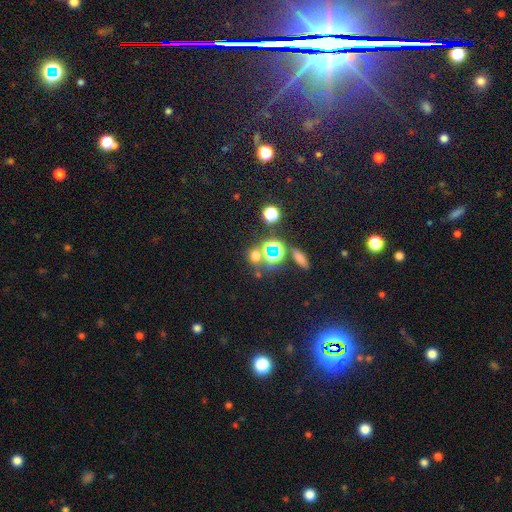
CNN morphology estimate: smooth 50%, star or artifact 42%, featured or disk 9%. Down the decision tree: merging — none (69%).